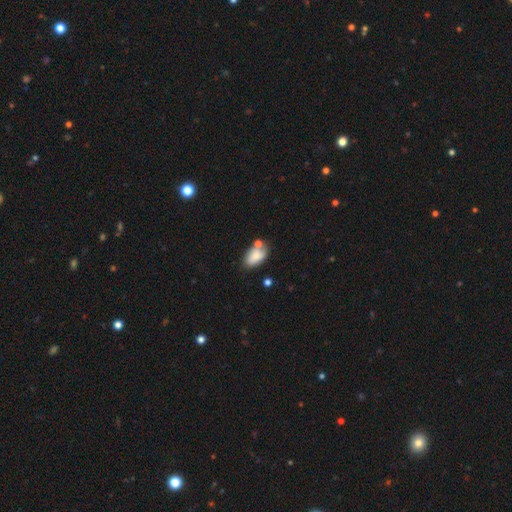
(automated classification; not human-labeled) Smooth or featured: smooth — 77% (featured or disk — 16%)
How rounded: in between — 92% (round — 6%)
Merging: none — 55% (minor disturbance — 20%)